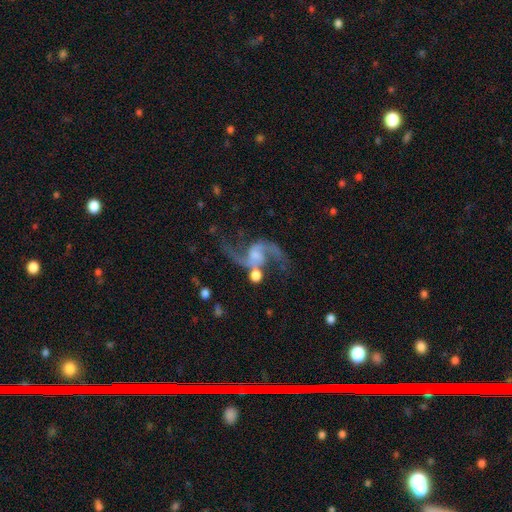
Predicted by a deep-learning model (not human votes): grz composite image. It shows a featured or disk galaxy (90%) with no bar (50%), 2 (94%) loose (79%) spiral arms (97%) and a small central bulge (33%). Merging: none (57%).